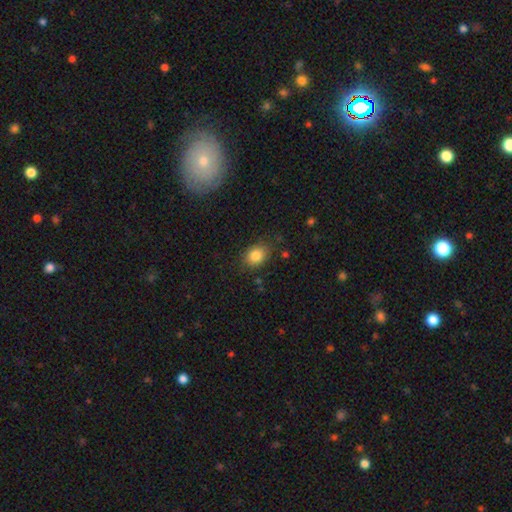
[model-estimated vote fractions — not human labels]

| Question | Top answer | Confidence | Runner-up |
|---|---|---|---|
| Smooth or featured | smooth | 84% | star or artifact (9%) |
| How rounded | in between | 56% | round (43%) |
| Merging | none | 80% | minor disturbance (14%) |